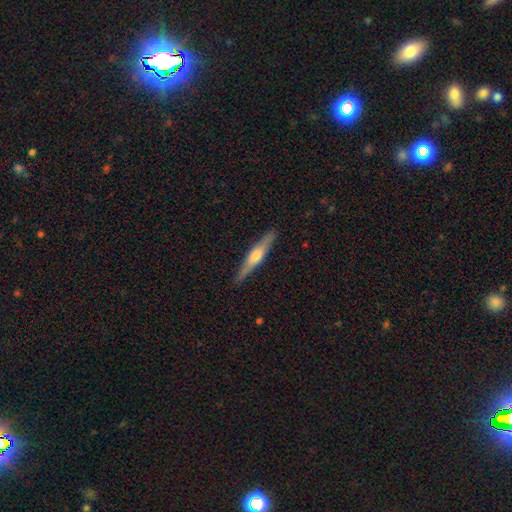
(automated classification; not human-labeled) Smooth or featured: featured or disk — 66% (smooth — 29%)
Edge-on disk: yes — 97% (no — 3%)
Edge-on bulge: rounded — 85% (boxy — 9%)
Merging: none — 89% (minor disturbance — 9%)